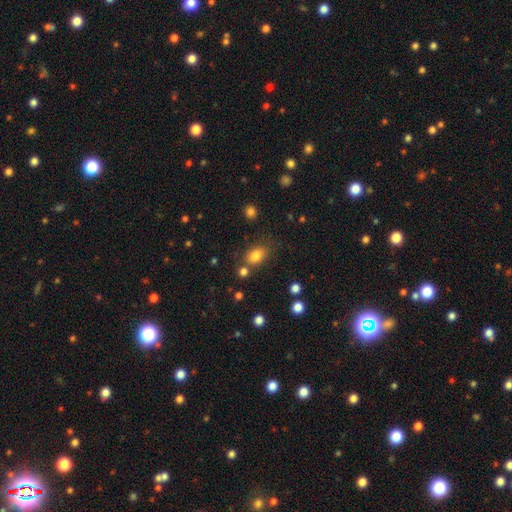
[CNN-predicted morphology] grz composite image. It shows a smooth galaxy with no disk features (81%) that is in between round and cigar-shaped (74%). Merging: none (71%).